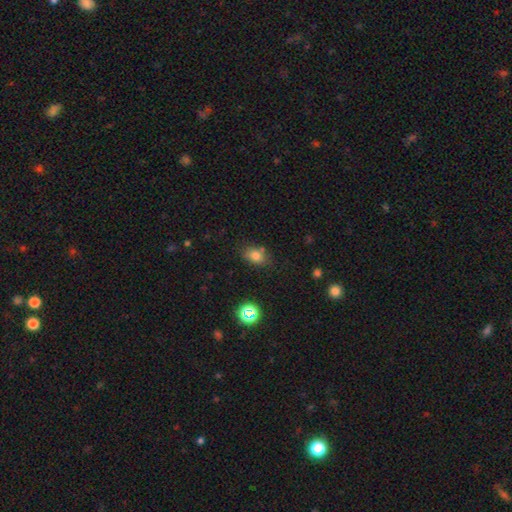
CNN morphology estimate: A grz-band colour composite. It shows a smooth galaxy with no disk features (76%) that is in between round and cigar-shaped (71%). Merging: none (72%).